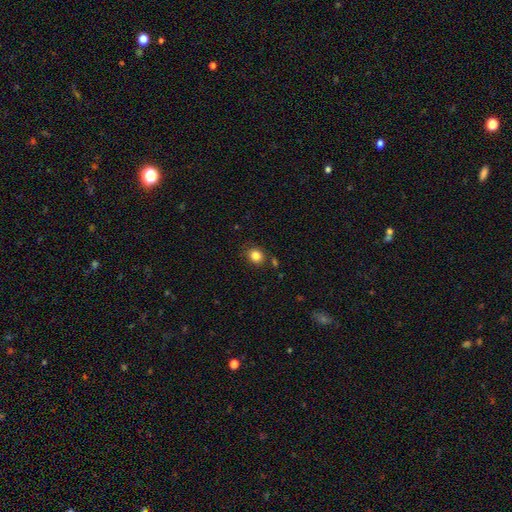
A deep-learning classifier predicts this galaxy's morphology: Q: Smooth or featured?
A: smooth (84%); runner-up: star or artifact (11%)
Q: How rounded?
A: round (69%); runner-up: in between (30%)
Q: Merging?
A: none (81%); runner-up: minor disturbance (11%)